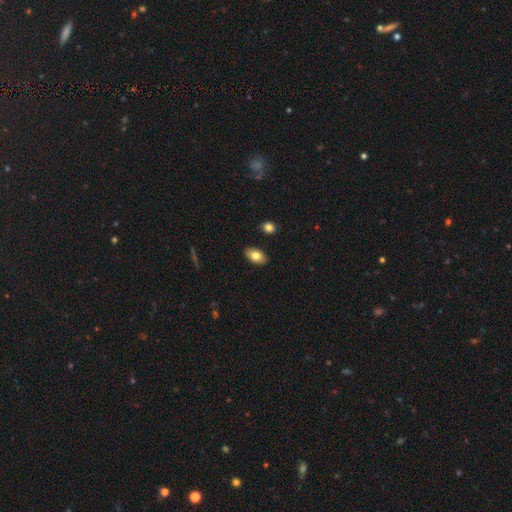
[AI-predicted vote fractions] Smooth or featured? Predicted: smooth (p=0.80). How rounded? Predicted: in between (p=0.92). Merging? Predicted: none (p=0.88).